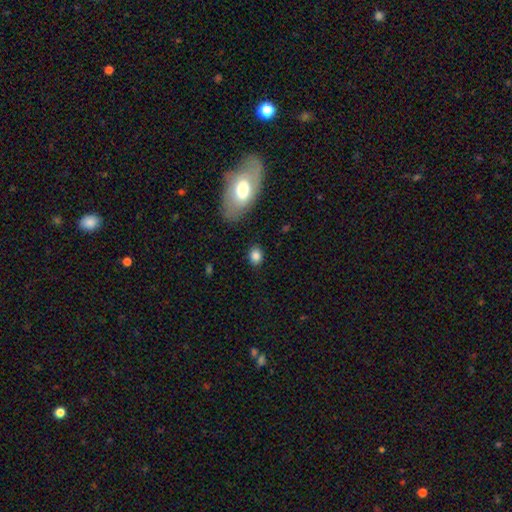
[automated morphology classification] Smooth or featured?
  - smooth: 84% *
  - star or artifact: 9%
  - featured or disk: 7%
How rounded?
  - in between: 57% *
  - round: 41%
  - cigar-shaped: 2%
Merging?
  - none: 83% *
  - minor disturbance: 11%
  - major disturbance: 4%
  - merger: 2%